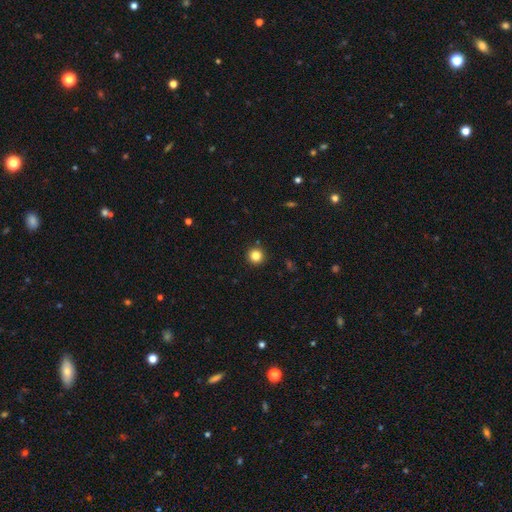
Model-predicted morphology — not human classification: type=smooth (83%); roundness=round (96%); merging=none (93%).